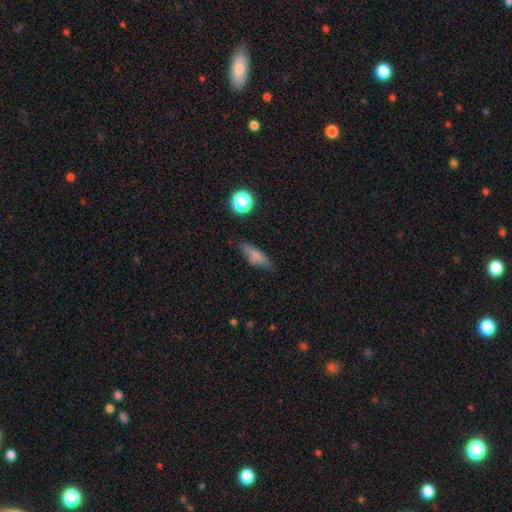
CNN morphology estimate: The model was most divided on "how rounded": cigar-shaped: 53%, in between: 43%, round: 4%. More confident: merging — none (75%); smooth or featured — smooth (74%).